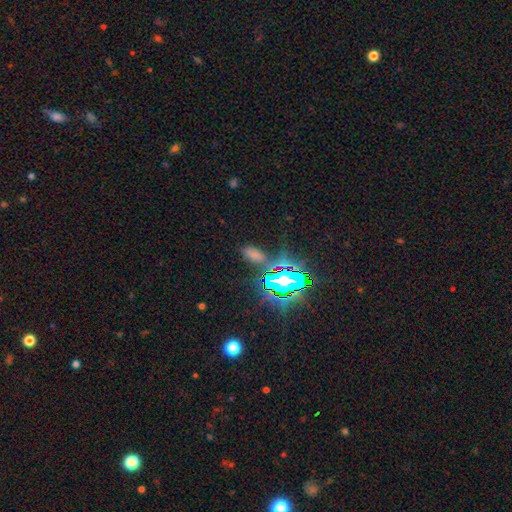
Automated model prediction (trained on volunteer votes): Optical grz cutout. It shows a smooth galaxy with no disk features (52%) that is in between round and cigar-shaped (85%). Merging: none (73%).